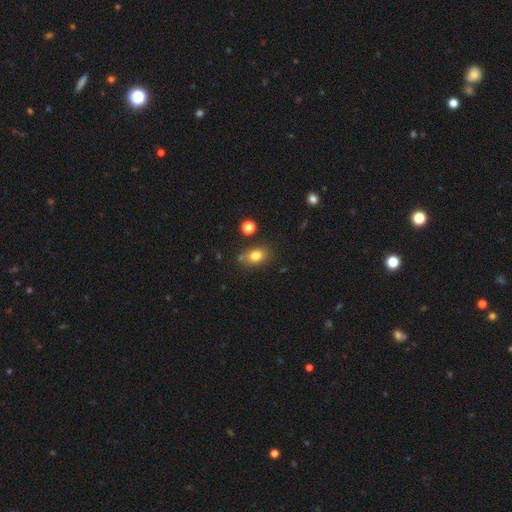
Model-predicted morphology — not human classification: Smooth or featured? Predicted: smooth (p=0.79). How rounded? Predicted: in between (p=0.65). Merging? Predicted: none (p=0.75).